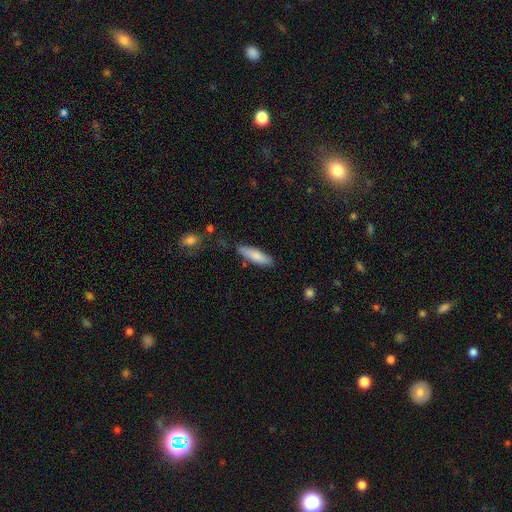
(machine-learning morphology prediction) A smooth galaxy with no disk features (79%) that is cigar-shaped (62%). Merging: none (78%).